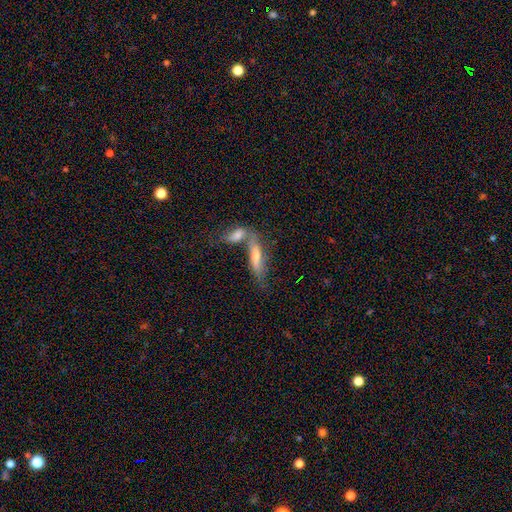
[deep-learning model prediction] Smooth or featured? Predicted: smooth (p=0.52). How rounded? Predicted: cigar-shaped (p=0.68). Merging? Predicted: merger (p=0.50).